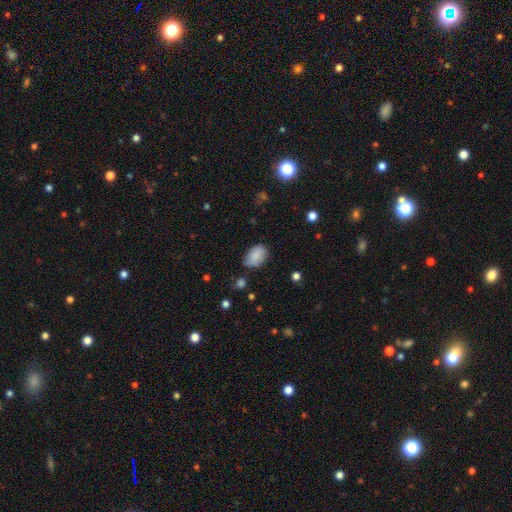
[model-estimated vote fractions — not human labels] smooth_or_featured: smooth (p=0.82) [alt: featured or disk p=0.10]
how_rounded: in between (p=0.87) [alt: round p=0.12]
merging: none (p=0.67) [alt: minor disturbance p=0.26]